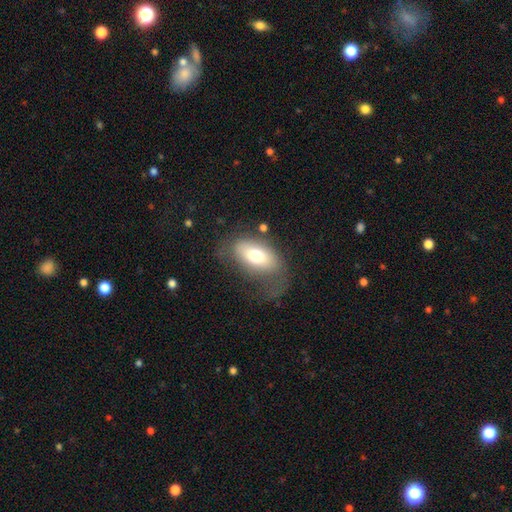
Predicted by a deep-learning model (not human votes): A smooth galaxy with no disk features (67%) that is in between round and cigar-shaped (90%). Merging: none (45%).